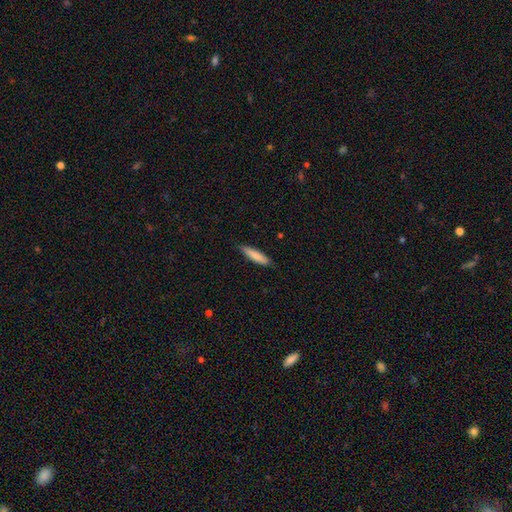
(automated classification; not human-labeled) The model was most divided on "how rounded": cigar-shaped: 82%, in between: 17%, round: 1%. More confident: merging — none (85%); smooth or featured — smooth (82%).